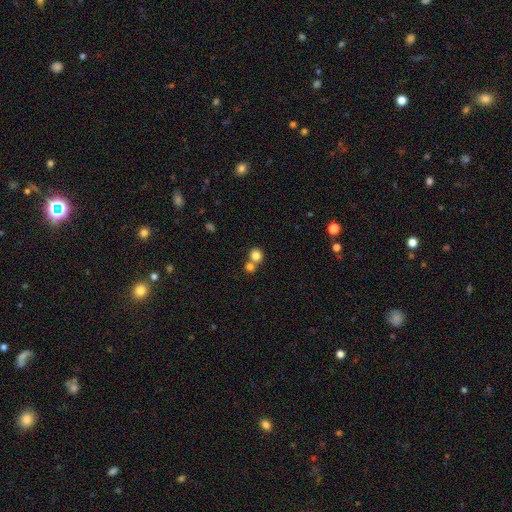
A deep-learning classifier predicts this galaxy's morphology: smooth 82%, star or artifact 11%, featured or disk 8%. Down the decision tree: how rounded — round (89%); merging — none (50%).